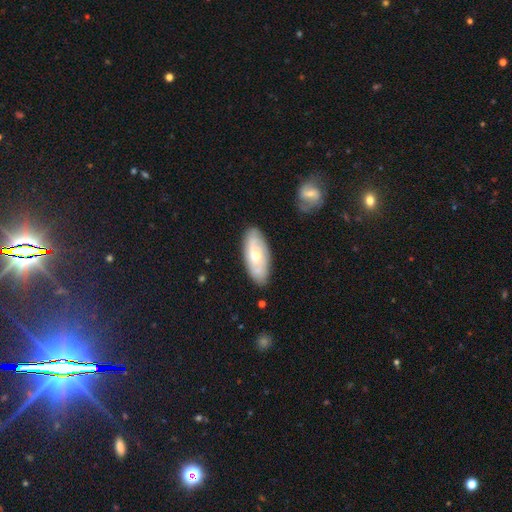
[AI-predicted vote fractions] smooth-or-featured: featured or disk: 58% | smooth: 36% | star or artifact: 6%
  disk-edge-on: no: 87% | yes: 13%
    bar: no: 73% | weak: 23% | strong: 4%
    has-spiral-arms: yes: 74% | no: 26%
    bulge-size: moderate: 58% | small: 37% | large: 3% | none: 1% | dominant: 1%
  merging: none: 79% | minor disturbance: 15% | major disturbance: 3% | merger: 3%